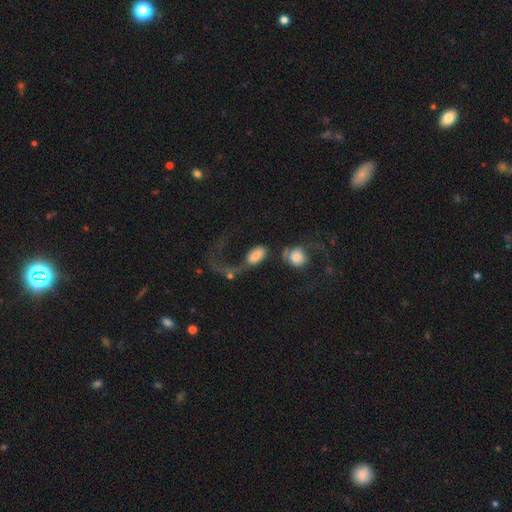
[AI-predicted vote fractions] smooth_or_featured: smooth (p=0.60) [alt: featured or disk p=0.31]
how_rounded: in between (p=0.85) [alt: round p=0.10]
merging: major disturbance (p=0.41) [alt: merger p=0.34]